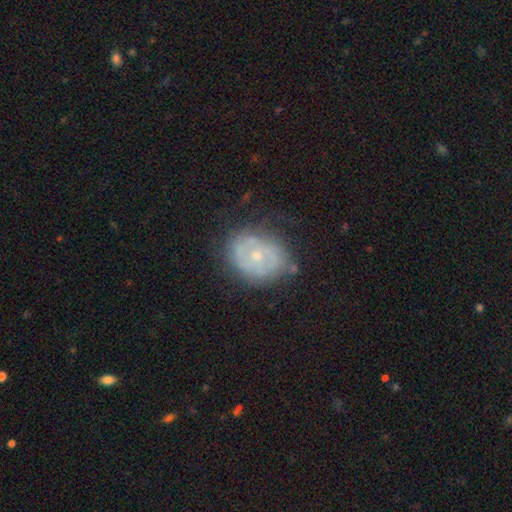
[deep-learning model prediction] This appears to be a featured or disk galaxy (64%) with no bar (82%), spiral arms (51%) and a small central bulge (57%). Merging: none (66%).